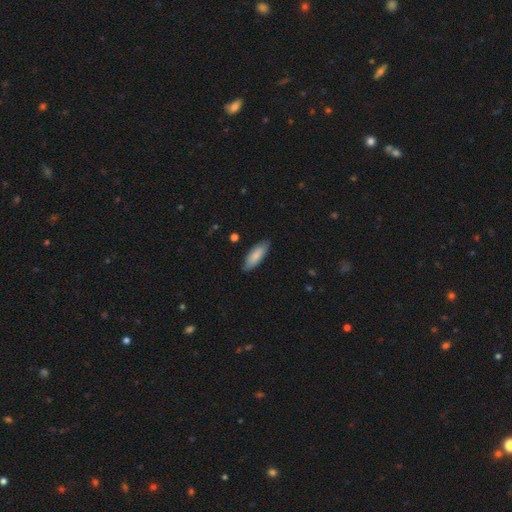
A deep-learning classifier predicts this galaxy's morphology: A smooth galaxy with no disk features (83%) that is in between round and cigar-shaped (61%). Merging: none (85%).